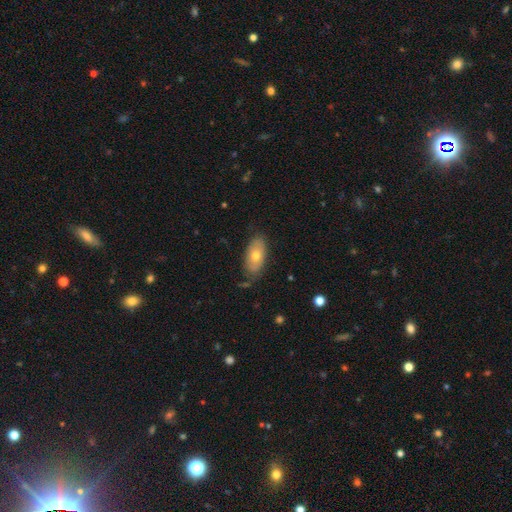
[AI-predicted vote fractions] smooth-or-featured: smooth: 65% | featured or disk: 29% | star or artifact: 6%
  how-rounded: in between: 92% | round: 4% | cigar-shaped: 4%
  merging: none: 75% | minor disturbance: 19% | major disturbance: 4% | merger: 2%